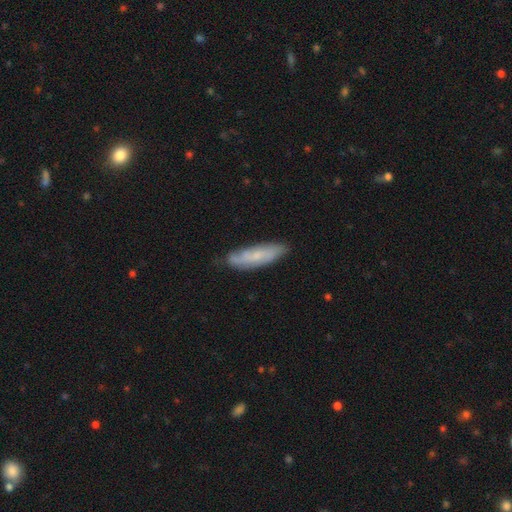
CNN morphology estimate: smooth-or-featured: smooth: 53% | featured or disk: 39% | star or artifact: 7%
  how-rounded: cigar-shaped: 62% | in between: 36% | round: 2%
  merging: none: 76% | minor disturbance: 19% | major disturbance: 3% | merger: 2%